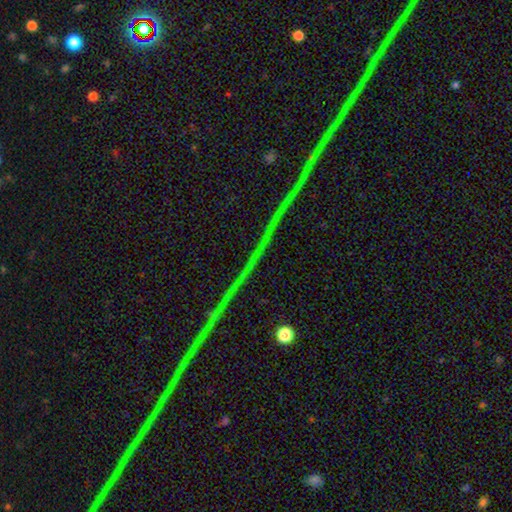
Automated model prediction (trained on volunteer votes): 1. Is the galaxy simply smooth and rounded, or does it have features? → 87% star or artifact, 8% featured or disk, 5% smooth.